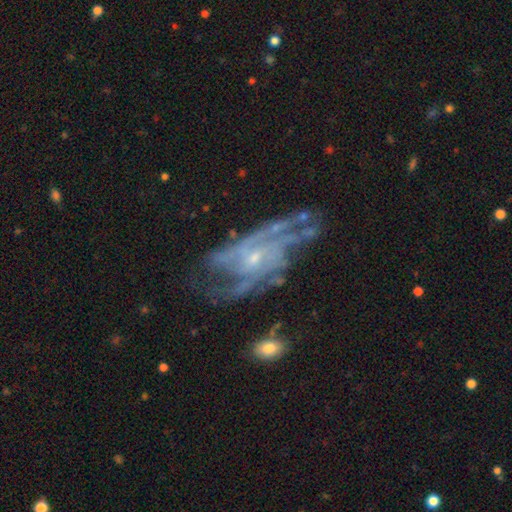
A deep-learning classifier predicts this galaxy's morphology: Smooth or featured? featured or disk (87%)
Edge-on disk? no (95%)
Bar? no (62%)
Spiral arms? yes (94%)
Spiral winding? medium (46%)
Spiral arm count? can't tell (26%)
Bulge size? small (75%)
Merging? none (58%)